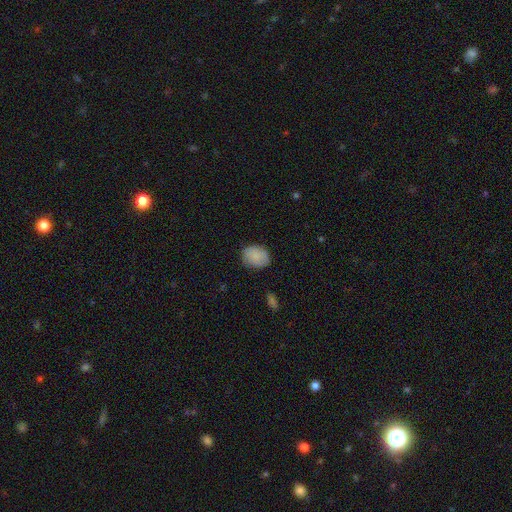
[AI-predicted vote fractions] Smooth or featured? smooth (85%)
How rounded? in between (50%)
Merging? none (80%)